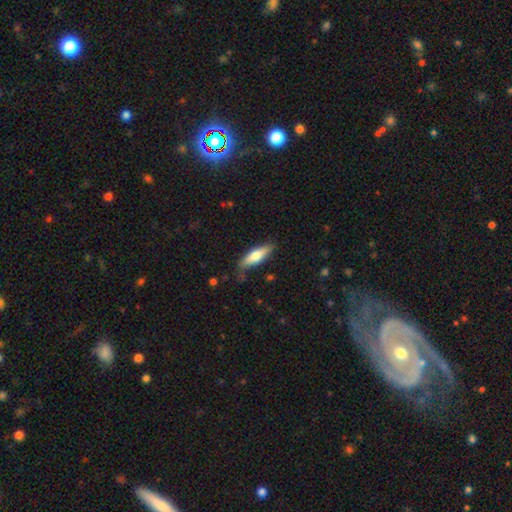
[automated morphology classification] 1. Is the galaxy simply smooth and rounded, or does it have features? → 65% smooth, 29% featured or disk, 6% star or artifact.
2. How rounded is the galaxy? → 52% cigar-shaped, 46% in between, 2% round.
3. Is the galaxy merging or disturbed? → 76% none, 18% minor disturbance, 4% major disturbance, 2% merger.